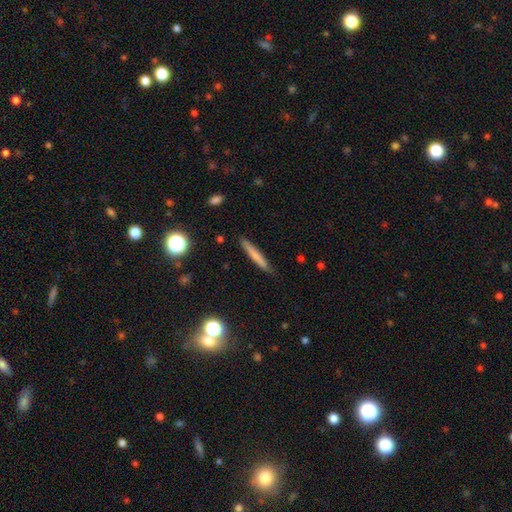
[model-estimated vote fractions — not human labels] smooth 68%, featured or disk 24%, star or artifact 8%. Down the decision tree: how rounded — cigar-shaped (95%); merging — none (87%).